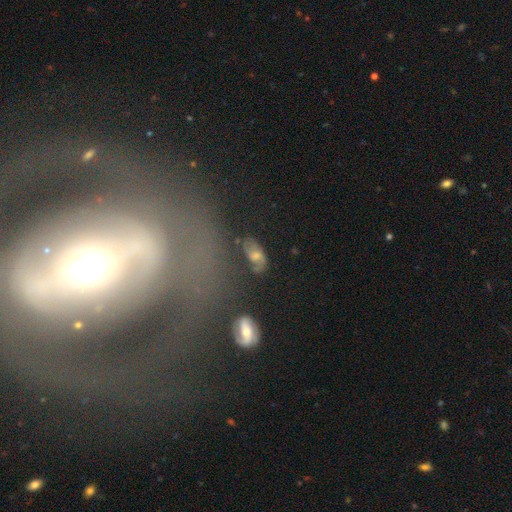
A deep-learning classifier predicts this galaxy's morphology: This appears to be a featured or disk galaxy (54%) with no bar (57%), spiral arms (78%) and a moderate central bulge (48%). Merging: none (54%).